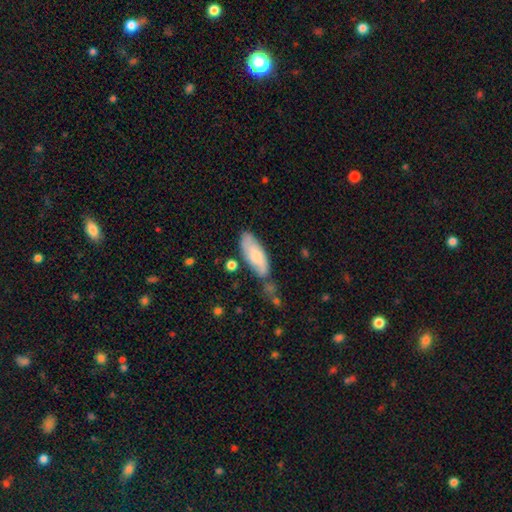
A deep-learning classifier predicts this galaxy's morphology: A smooth galaxy with no disk features (72%) that is in between round and cigar-shaped (73%).

Vote fractions:
- Smooth or featured? smooth: 72% / featured or disk: 22% / star or artifact: 6%
- How rounded? in between: 73% / cigar-shaped: 25% / round: 2%
- Merging? none: 63% / minor disturbance: 23% / merger: 8% / major disturbance: 6%